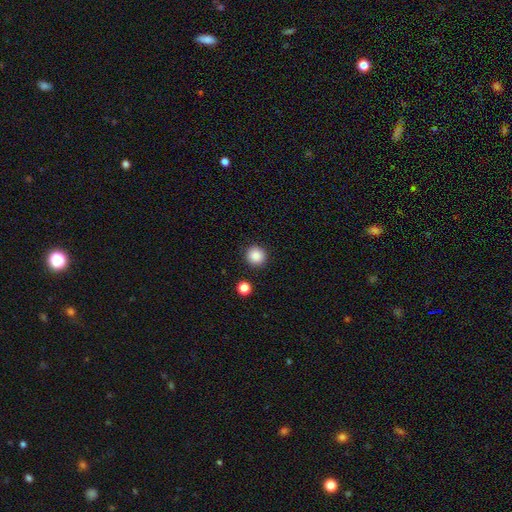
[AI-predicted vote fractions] Q: Smooth or featured?
A: smooth (87%); runner-up: star or artifact (9%)
Q: How rounded?
A: round (94%); runner-up: in between (5%)
Q: Merging?
A: none (91%); runner-up: minor disturbance (5%)